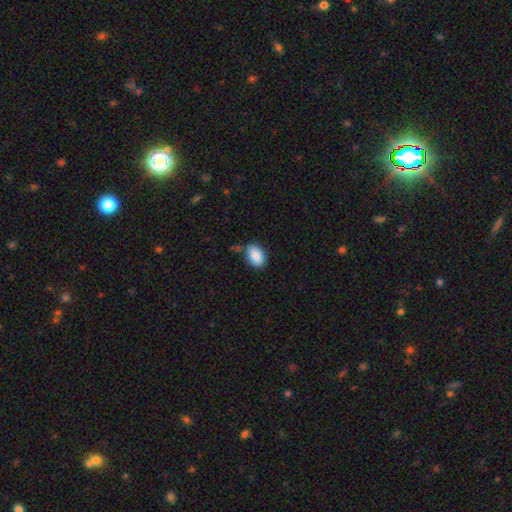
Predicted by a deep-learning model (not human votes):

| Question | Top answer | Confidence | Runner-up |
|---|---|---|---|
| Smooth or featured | smooth | 89% | star or artifact (7%) |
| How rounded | in between | 87% | round (12%) |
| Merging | none | 78% | minor disturbance (15%) |